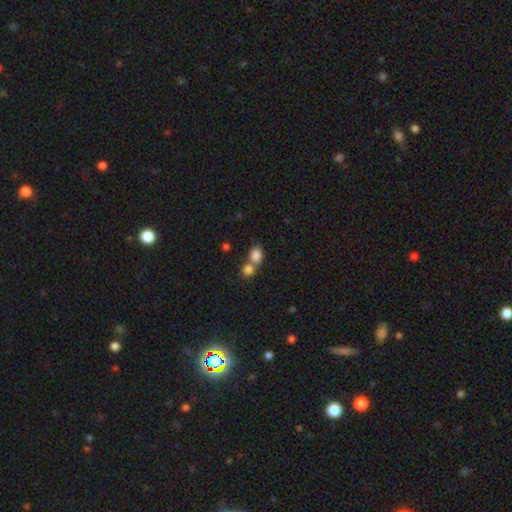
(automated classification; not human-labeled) smooth 83%, star or artifact 10%, featured or disk 7%. Down the decision tree: how rounded — in between (53%); merging — merger (56%).